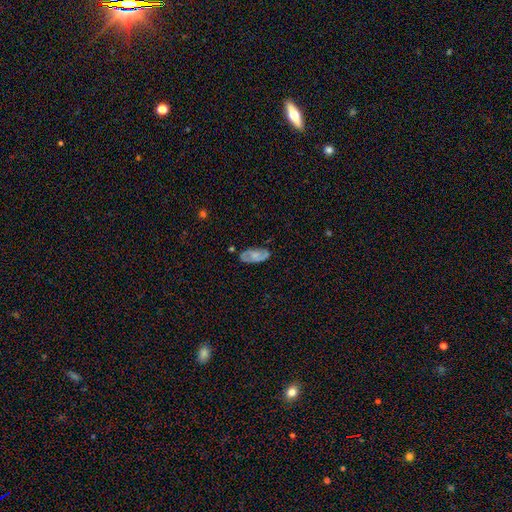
This appears to be a featured or disk galaxy (62%) with a weak bar (47%, tied with no), no spiral arms (63%) and a moderate central bulge (37%, tied with none). Merging: none (89%).